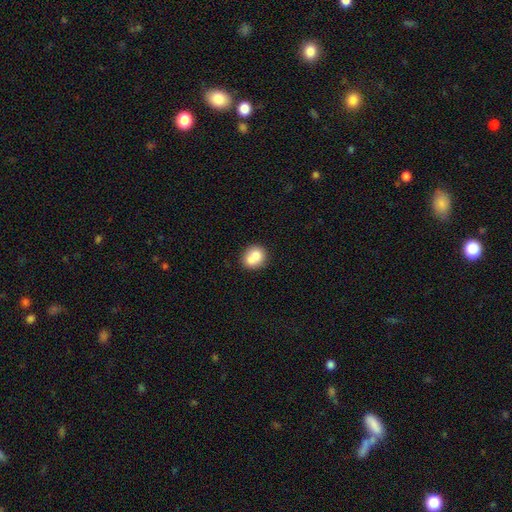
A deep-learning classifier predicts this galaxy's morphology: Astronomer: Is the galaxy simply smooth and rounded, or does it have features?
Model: smooth — 73%.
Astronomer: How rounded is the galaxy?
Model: round — 72%.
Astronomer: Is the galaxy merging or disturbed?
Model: merger — 43% (runner-up: none, 42%).